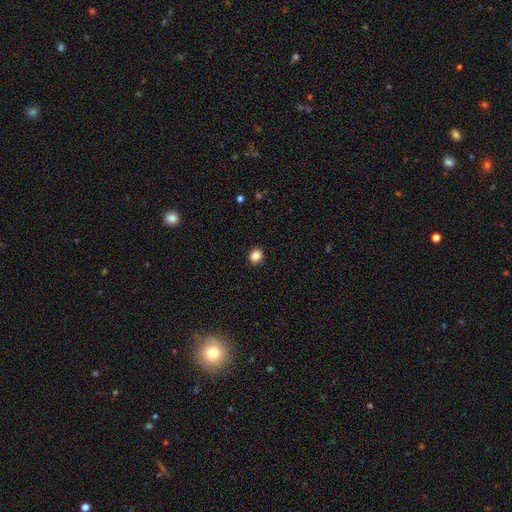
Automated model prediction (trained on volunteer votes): Q: Smooth or featured?
A: smooth (86%); runner-up: star or artifact (10%)
Q: How rounded?
A: round (69%); runner-up: in between (30%)
Q: Merging?
A: none (92%); runner-up: minor disturbance (6%)